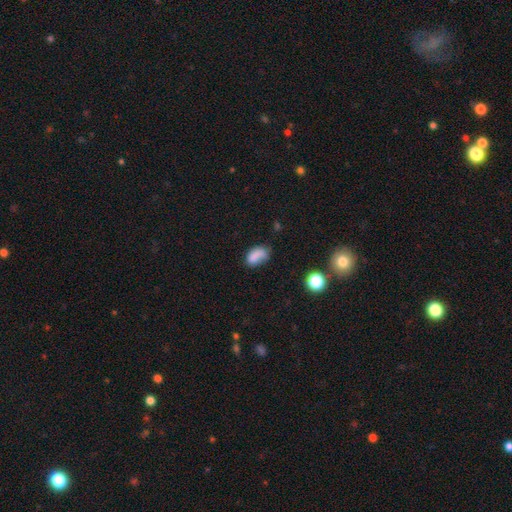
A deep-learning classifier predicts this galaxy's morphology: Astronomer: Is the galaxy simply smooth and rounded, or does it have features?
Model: smooth — 74%.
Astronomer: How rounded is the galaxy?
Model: in between — 88%.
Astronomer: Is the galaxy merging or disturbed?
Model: none — 48% (runner-up: minor disturbance, 29%).